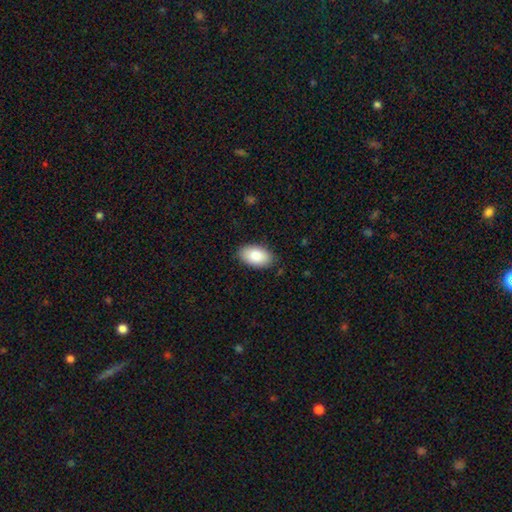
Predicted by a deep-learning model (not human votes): Q: Smooth or featured?
A: smooth (85%); runner-up: featured or disk (9%)
Q: How rounded?
A: in between (95%); runner-up: round (4%)
Q: Merging?
A: none (86%); runner-up: minor disturbance (11%)